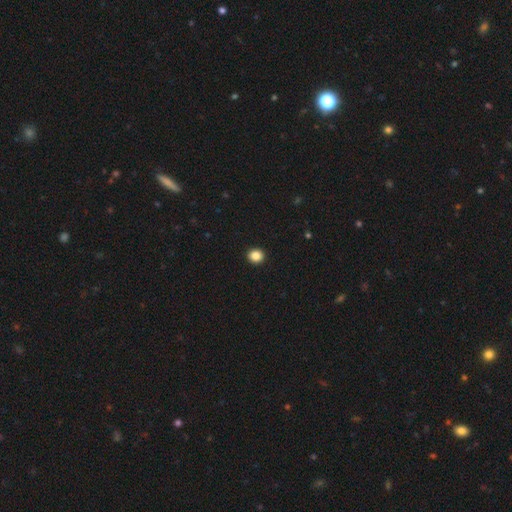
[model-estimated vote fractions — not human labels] Smooth or featured? smooth (86%)
How rounded? round (85%)
Merging? none (94%)